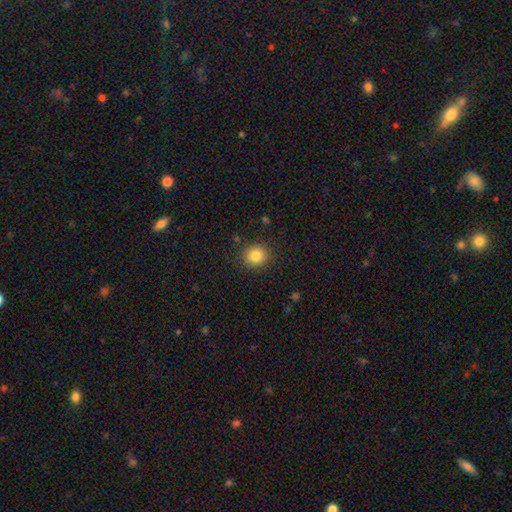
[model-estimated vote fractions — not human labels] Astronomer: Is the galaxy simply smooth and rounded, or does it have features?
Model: smooth — 83%.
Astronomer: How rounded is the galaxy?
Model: round — 85%.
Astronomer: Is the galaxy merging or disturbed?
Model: none — 88%.